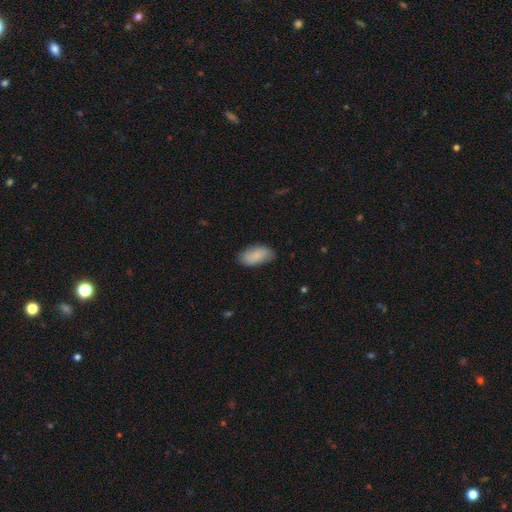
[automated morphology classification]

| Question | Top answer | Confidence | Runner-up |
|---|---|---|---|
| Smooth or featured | smooth | 86% | featured or disk (8%) |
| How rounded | in between | 92% | cigar-shaped (5%) |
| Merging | none | 79% | minor disturbance (17%) |